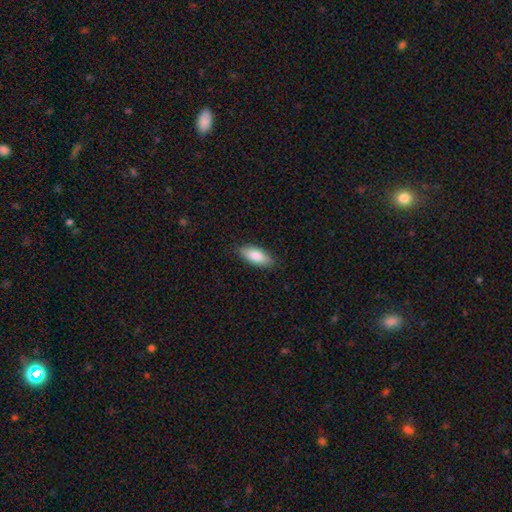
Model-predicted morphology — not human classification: Smooth or featured? smooth (86%)
How rounded? in between (82%)
Merging? none (86%)